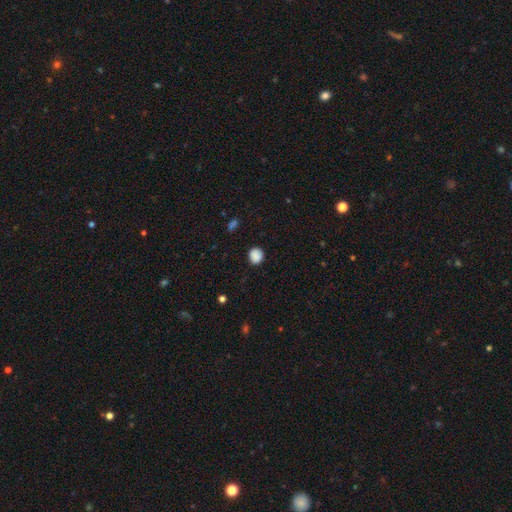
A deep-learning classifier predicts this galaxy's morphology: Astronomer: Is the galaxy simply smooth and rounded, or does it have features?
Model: smooth — 87%.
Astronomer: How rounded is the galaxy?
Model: round — 84%.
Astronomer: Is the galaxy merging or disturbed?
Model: none — 87%.